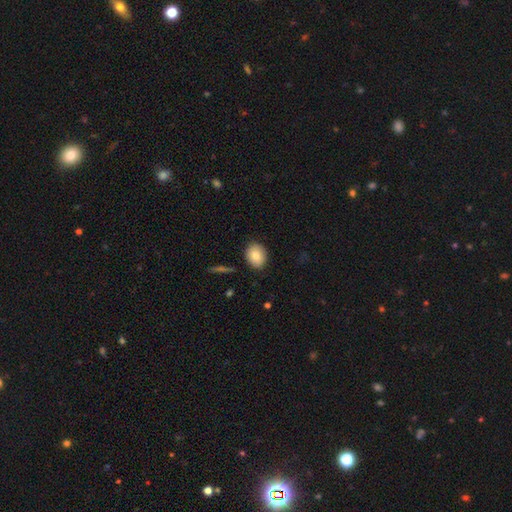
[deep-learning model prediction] Q: Smooth or featured?
A: smooth (81%); runner-up: featured or disk (11%)
Q: How rounded?
A: in between (56%); runner-up: round (43%)
Q: Merging?
A: none (88%); runner-up: minor disturbance (9%)